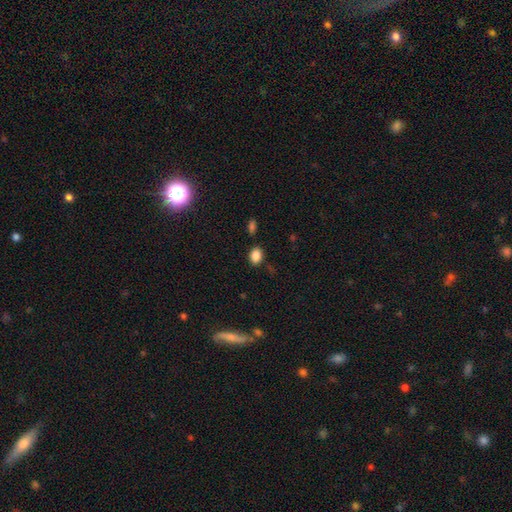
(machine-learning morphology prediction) This appears to be a smooth galaxy with no disk features (86%) that is in between round and cigar-shaped (73%). Merging: none (82%).